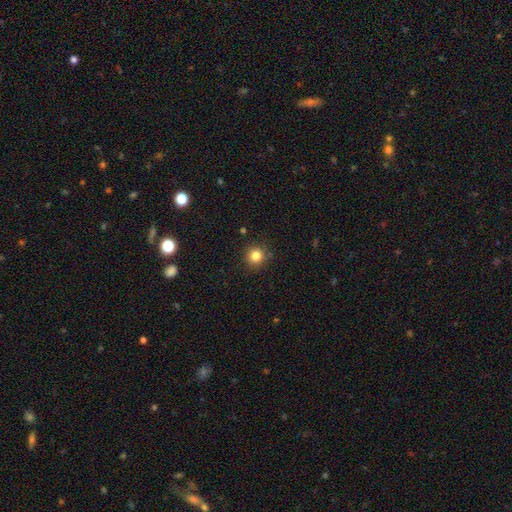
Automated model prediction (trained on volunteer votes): This appears to be a smooth galaxy with no disk features (82%) that is round (94%). Merging: none (89%).